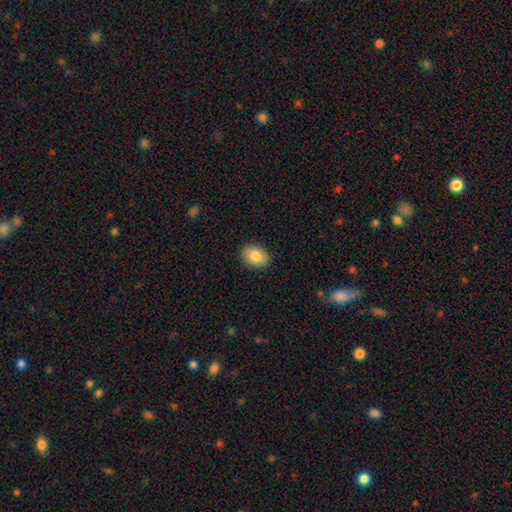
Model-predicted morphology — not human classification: Overall: smooth (83%). How rounded: in between (74%). Merging: none (89%).